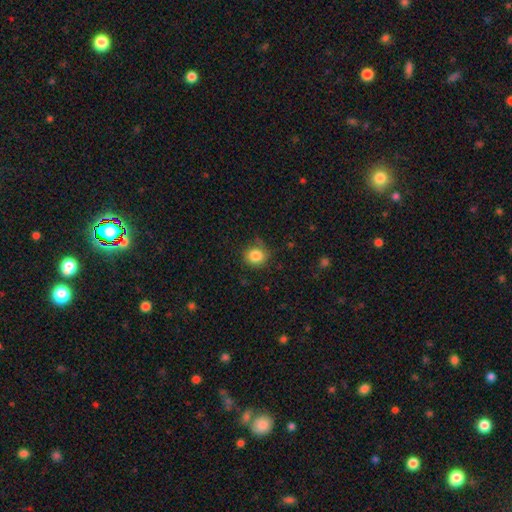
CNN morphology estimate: smooth 84%, star or artifact 10%, featured or disk 6%. Down the decision tree: how rounded — round (83%); merging — none (76%).